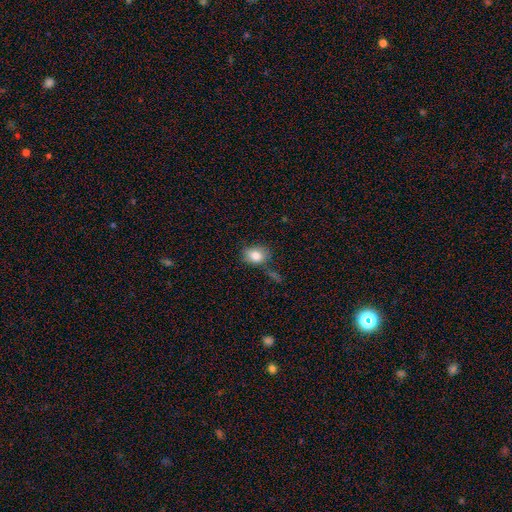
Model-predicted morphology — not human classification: This is clearly a smooth galaxy (81%). How rounded: likely in between (64%). Merging: likely none (65%).